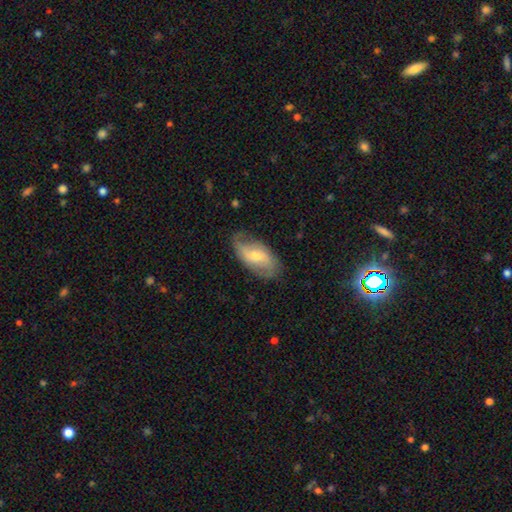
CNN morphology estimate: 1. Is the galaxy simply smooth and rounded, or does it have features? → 55% featured or disk, 39% smooth, 6% star or artifact.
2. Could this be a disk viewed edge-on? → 91% no, 9% yes.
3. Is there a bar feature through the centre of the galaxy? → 46% weak, 35% no, 18% strong.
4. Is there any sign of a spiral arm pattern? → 78% yes, 22% no.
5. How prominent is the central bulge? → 53% moderate, 41% small, 3% large, 2% none, 1% dominant.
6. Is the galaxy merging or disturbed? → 66% none, 25% minor disturbance, 8% major disturbance, 1% merger.